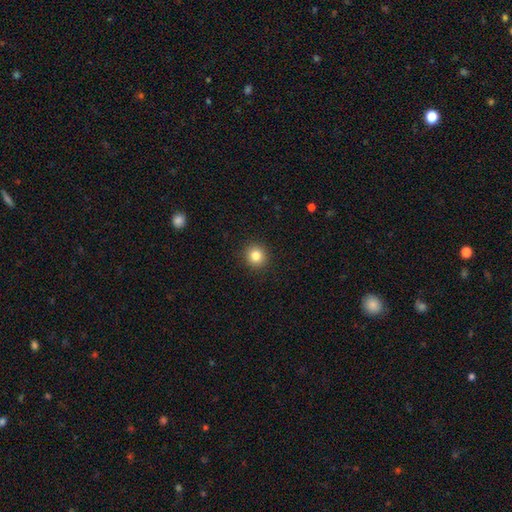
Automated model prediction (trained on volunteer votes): Q: Smooth or featured?
A: smooth (83%); runner-up: star or artifact (11%)
Q: How rounded?
A: round (92%); runner-up: in between (7%)
Q: Merging?
A: none (92%); runner-up: minor disturbance (5%)